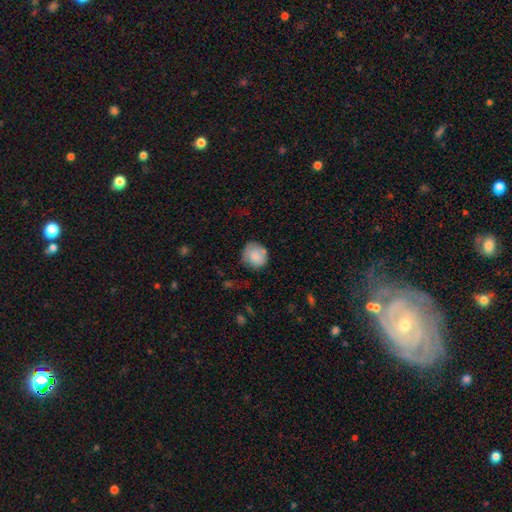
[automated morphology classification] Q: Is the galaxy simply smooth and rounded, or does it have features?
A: smooth — 82%.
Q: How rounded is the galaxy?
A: round — 79%.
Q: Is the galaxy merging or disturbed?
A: none — 66%.